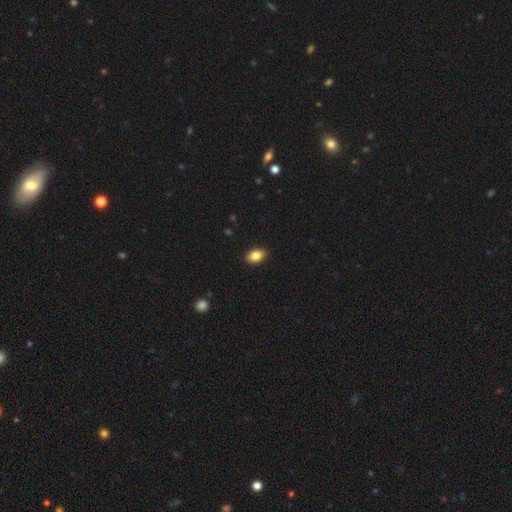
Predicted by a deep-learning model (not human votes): smooth-or-featured: smooth: 85% | star or artifact: 8% | featured or disk: 7%
  how-rounded: in between: 87% | round: 11% | cigar-shaped: 1%
  merging: none: 90% | minor disturbance: 7% | major disturbance: 2% | merger: 1%